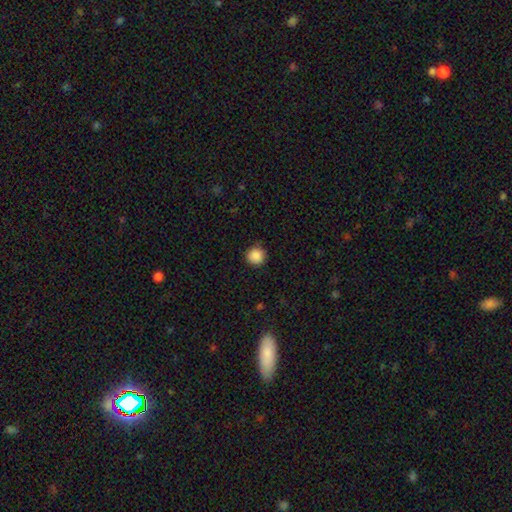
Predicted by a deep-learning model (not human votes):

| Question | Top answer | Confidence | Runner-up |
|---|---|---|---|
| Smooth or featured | smooth | 88% | star or artifact (9%) |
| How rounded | round | 94% | in between (5%) |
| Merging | none | 88% | minor disturbance (9%) |